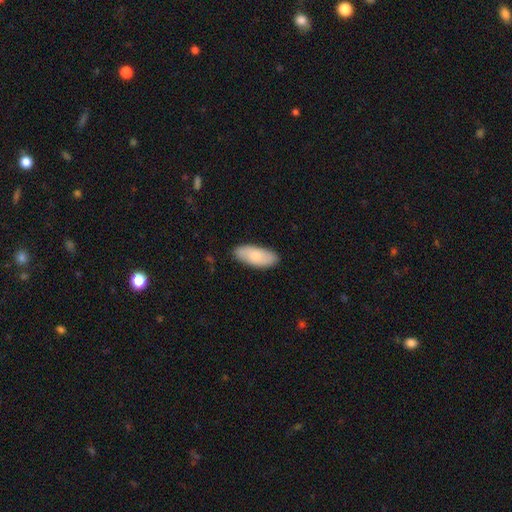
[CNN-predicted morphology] Q: Smooth or featured?
A: smooth (76%); runner-up: featured or disk (18%)
Q: How rounded?
A: in between (87%); runner-up: cigar-shaped (11%)
Q: Merging?
A: none (86%); runner-up: minor disturbance (11%)